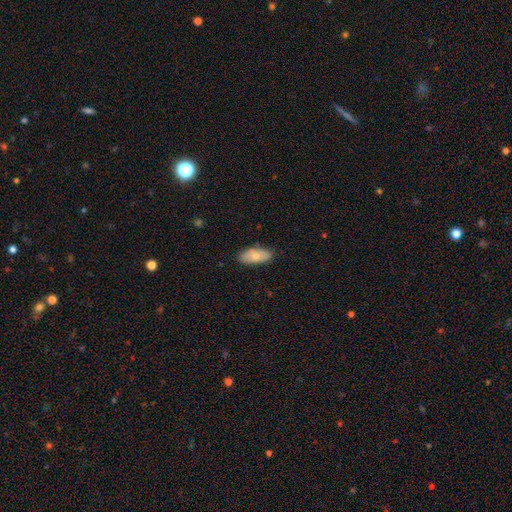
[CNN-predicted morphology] A smooth galaxy with no disk features (72%) that is in between round and cigar-shaped (88%).

Vote fractions:
- Smooth or featured? smooth: 72% / featured or disk: 22% / star or artifact: 6%
- How rounded? in between: 88% / cigar-shaped: 10% / round: 3%
- Merging? none: 83% / minor disturbance: 13% / major disturbance: 2% / merger: 2%